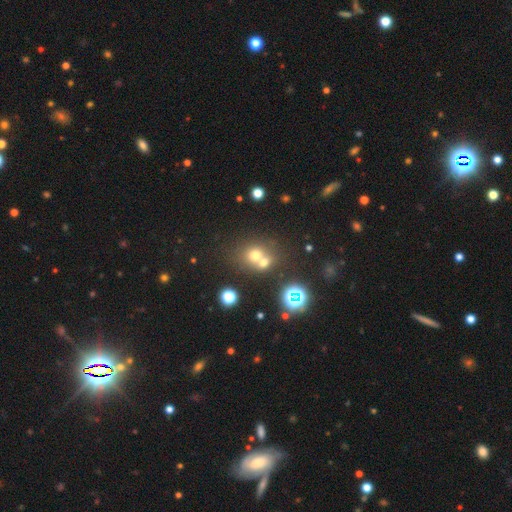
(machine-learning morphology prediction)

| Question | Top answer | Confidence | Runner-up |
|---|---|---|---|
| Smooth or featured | smooth | 62% | star or artifact (22%) |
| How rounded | round | 75% | in between (24%) |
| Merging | merger | 50% | none (39%) |